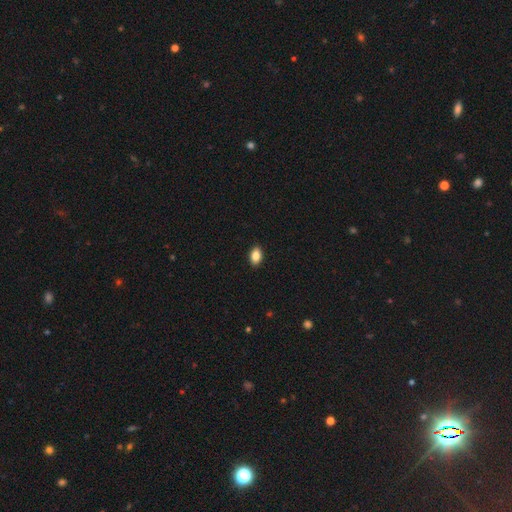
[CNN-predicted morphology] This appears to be a smooth galaxy with no disk features (86%) that is in between round and cigar-shaped (88%). Merging: none (90%).